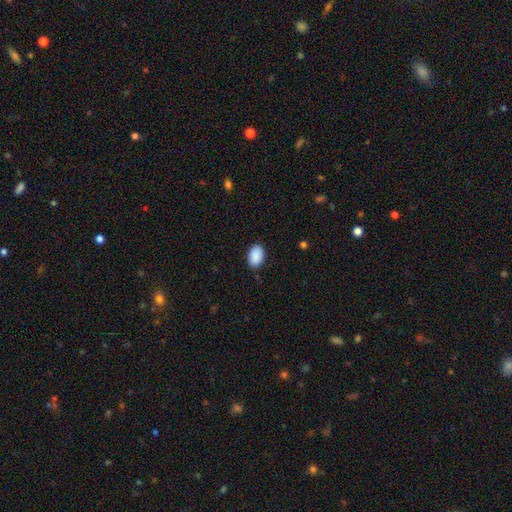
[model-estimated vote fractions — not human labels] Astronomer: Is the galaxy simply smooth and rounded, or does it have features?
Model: smooth — 91%.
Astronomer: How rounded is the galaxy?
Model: in between — 91%.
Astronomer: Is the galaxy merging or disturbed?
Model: none — 87%.